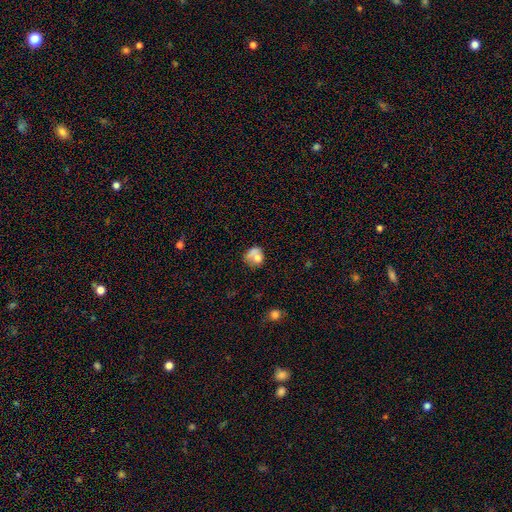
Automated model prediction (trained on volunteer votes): Overall: smooth (68%). How rounded: round (67%; in between 32%). Merging: none (36%; merger 32%).